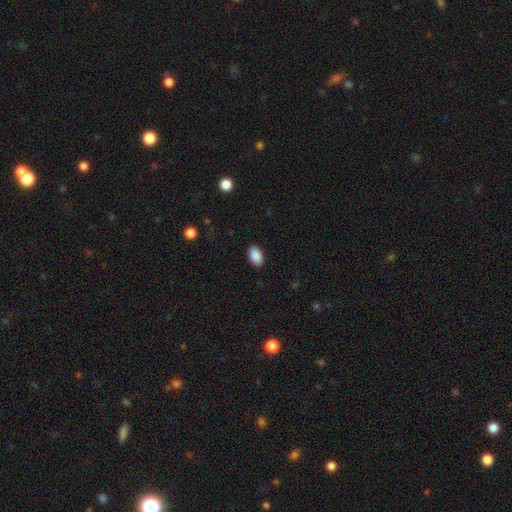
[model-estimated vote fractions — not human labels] smooth 90%, star or artifact 7%, featured or disk 3%. Down the decision tree: how rounded — in between (92%); merging — none (89%).